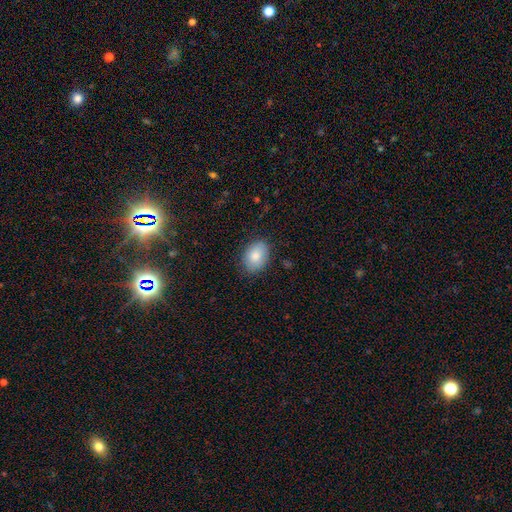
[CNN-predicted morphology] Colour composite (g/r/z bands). It shows a smooth galaxy with no disk features (82%) that is in between round and cigar-shaped (75%). Merging: none (81%).